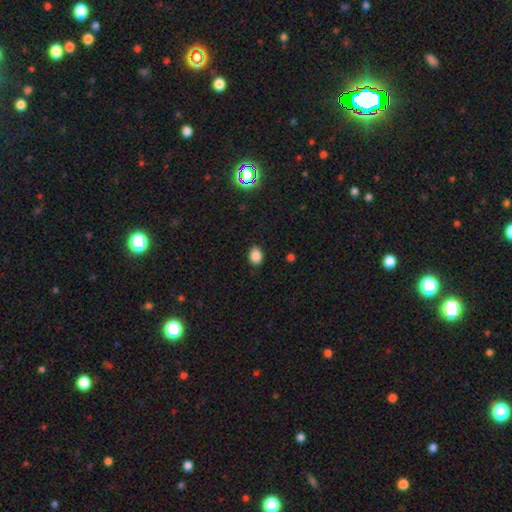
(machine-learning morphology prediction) Smooth or featured? smooth (86%)
How rounded? in between (65%)
Merging? none (88%)